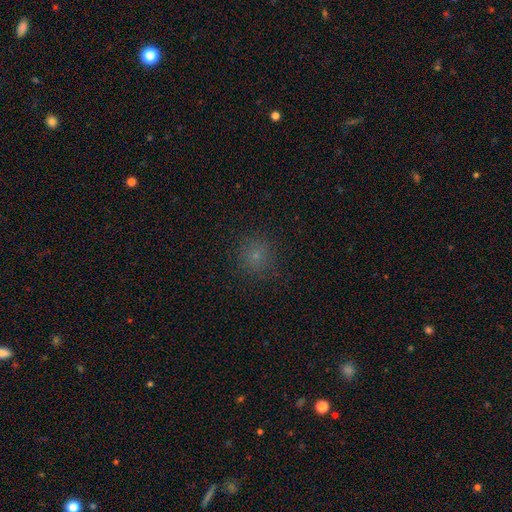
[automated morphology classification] The model was most divided on "smooth or featured": smooth: 69%, star or artifact: 23%, featured or disk: 7%. More confident: how rounded — round (92%); merging — none (86%).